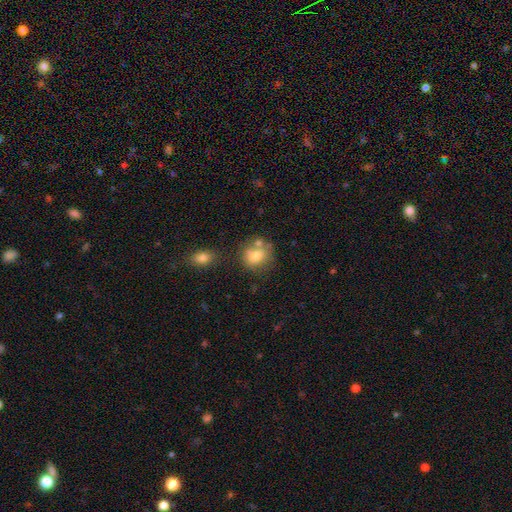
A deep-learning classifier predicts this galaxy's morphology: Smooth or featured? smooth (72%)
How rounded? round (68%)
Merging? none (54%)